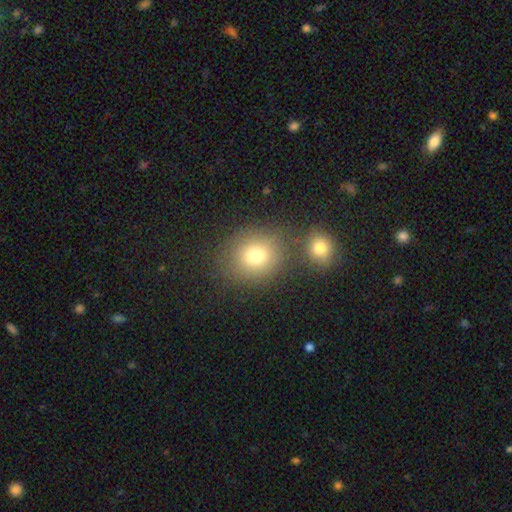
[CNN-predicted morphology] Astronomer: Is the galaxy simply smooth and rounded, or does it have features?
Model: smooth — 76%.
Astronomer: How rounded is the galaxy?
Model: round — 72%.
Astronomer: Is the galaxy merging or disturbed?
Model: none — 65%.